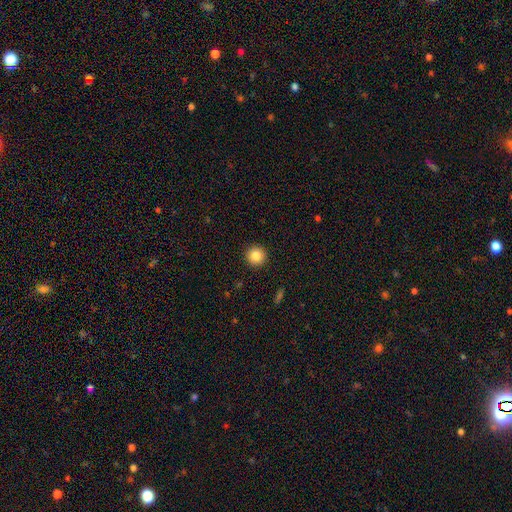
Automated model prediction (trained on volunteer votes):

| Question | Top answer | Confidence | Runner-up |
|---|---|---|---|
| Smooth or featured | smooth | 86% | star or artifact (10%) |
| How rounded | round | 95% | in between (4%) |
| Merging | none | 93% | minor disturbance (5%) |